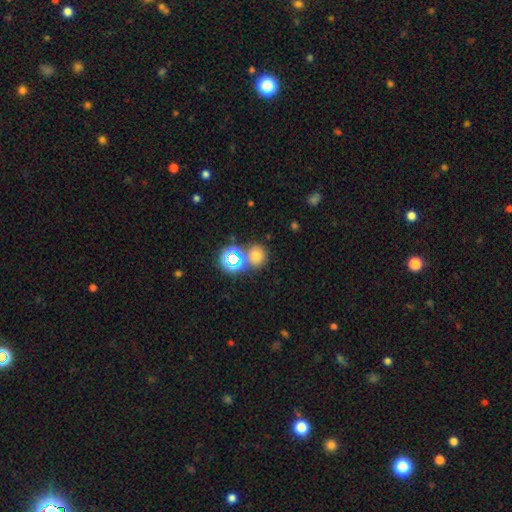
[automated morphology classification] Smooth or featured: smooth — 65% (star or artifact — 27%)
How rounded: round — 85% (in between — 14%)
Merging: none — 67% (merger — 21%)